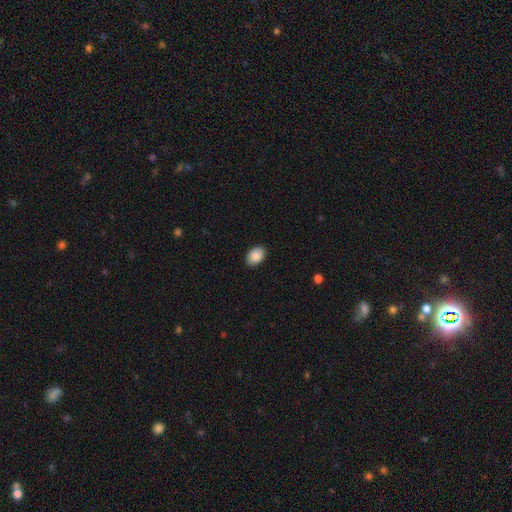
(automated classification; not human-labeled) smooth-or-featured: smooth: 88% | star or artifact: 7% | featured or disk: 5%
  how-rounded: in between: 81% | round: 18% | cigar-shaped: 1%
  merging: none: 89% | minor disturbance: 9% | major disturbance: 2% | merger: 1%